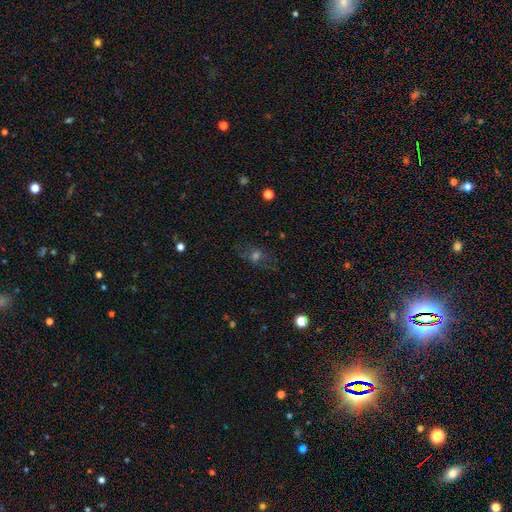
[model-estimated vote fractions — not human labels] smooth 44%, featured or disk 29%, star or artifact 27%. Down the decision tree: merging — none (71%).